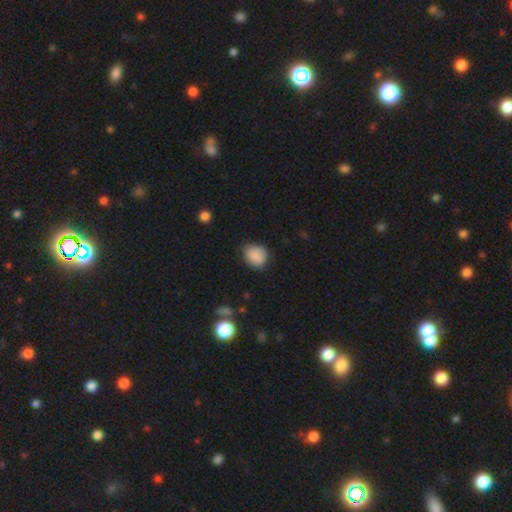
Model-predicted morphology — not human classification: smooth_or_featured: smooth (p=0.87) [alt: star or artifact p=0.08]
how_rounded: round (p=0.64) [alt: in between p=0.35]
merging: none (p=0.77) [alt: minor disturbance p=0.18]